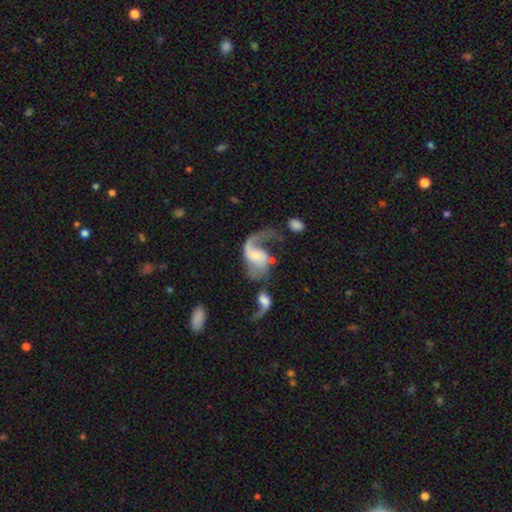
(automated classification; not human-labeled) Q: Smooth or featured?
A: featured or disk (82%); runner-up: smooth (12%)
Q: Edge-on disk?
A: no (98%); runner-up: yes (2%)
Q: Bar?
A: no (51%); runner-up: weak (38%)
Q: Spiral arms?
A: yes (91%); runner-up: no (9%)
Q: Spiral winding?
A: loose (76%); runner-up: medium (20%)
Q: Spiral arm count?
A: 2 (58%); runner-up: 1 (36%)
Q: Bulge size?
A: small (47%); runner-up: moderate (35%)
Q: Merging?
A: merger (33%); runner-up: major disturbance (32%)